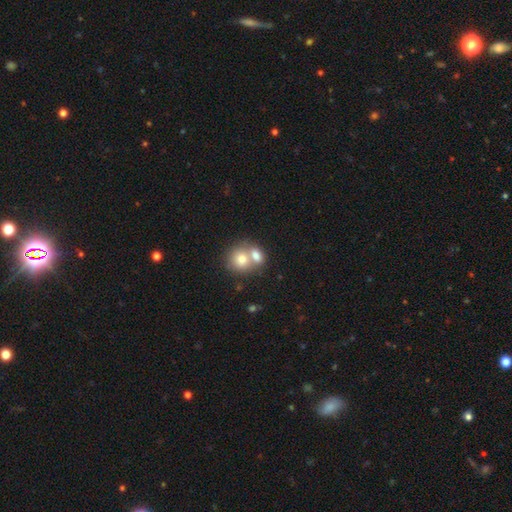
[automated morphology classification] A smooth galaxy with no disk features (75%) that is round (55%). Merging: merger (65%).